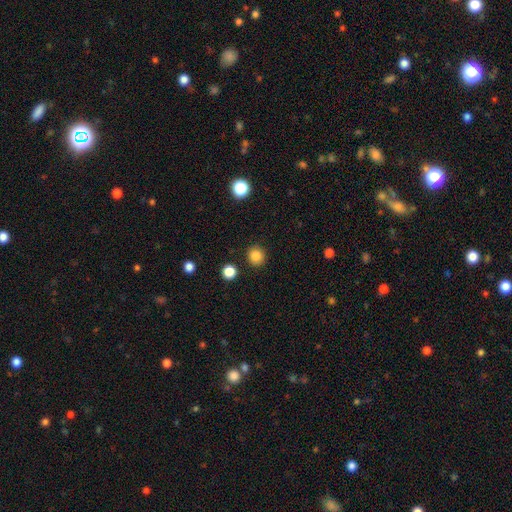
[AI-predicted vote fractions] This is clearly a smooth galaxy (85%). How rounded: clearly round (91%). Merging: clearly none (90%).